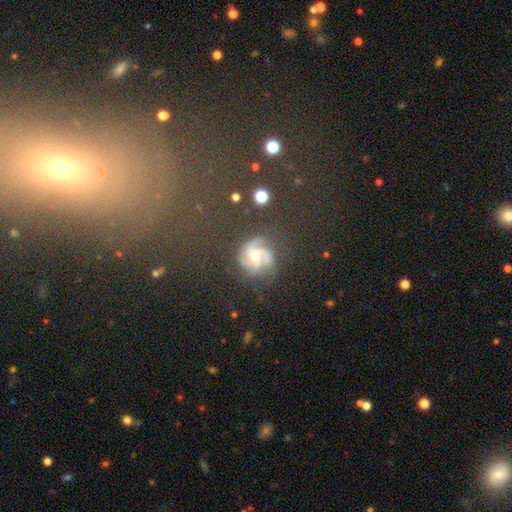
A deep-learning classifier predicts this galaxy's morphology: featured or disk 77%, star or artifact 13%, smooth 10%. Down the decision tree: edge-on disk — no (98%); bar — no (51%); spiral arms — yes (97%); spiral arm count — 3 (40%); spiral winding — medium (52%); bulge size — moderate (51%); merging — none (69%).